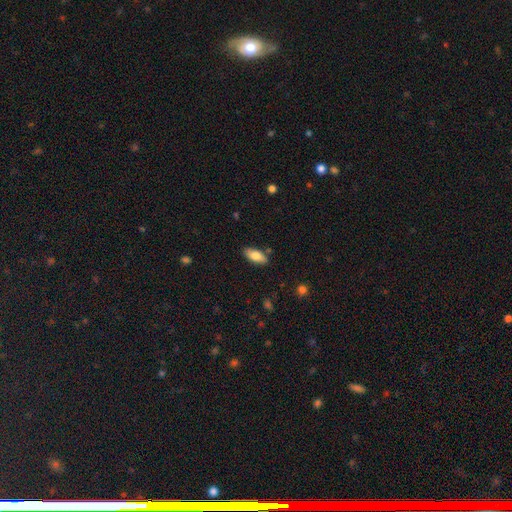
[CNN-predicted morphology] Smooth or featured? Predicted: smooth (p=0.79). How rounded? Predicted: in between (p=0.85). Merging? Predicted: none (p=0.84).